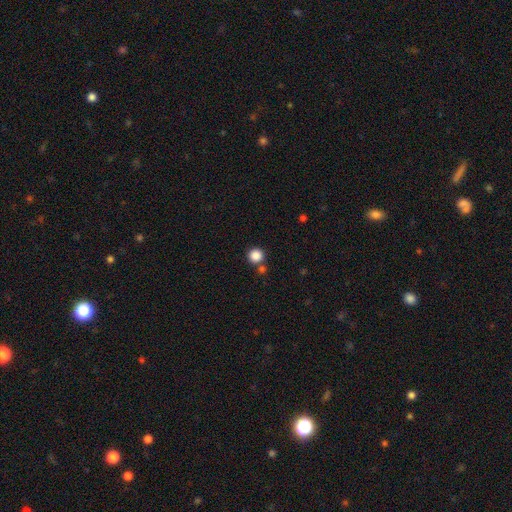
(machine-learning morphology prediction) A smooth galaxy with no disk features (86%) that is round (94%).

Vote fractions:
- Smooth or featured? smooth: 86% / star or artifact: 11% / featured or disk: 4%
- How rounded? round: 94% / in between: 5% / cigar-shaped: 1%
- Merging? none: 76% / merger: 14% / minor disturbance: 7% / major disturbance: 3%